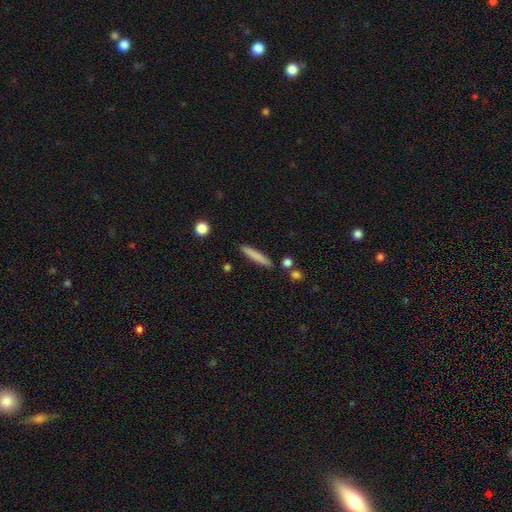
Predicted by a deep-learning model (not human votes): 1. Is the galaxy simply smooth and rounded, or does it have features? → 76% smooth, 17% featured or disk, 6% star or artifact.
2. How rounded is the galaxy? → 93% cigar-shaped, 5% in between, 1% round.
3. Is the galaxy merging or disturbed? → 87% none, 8% minor disturbance, 4% merger, 2% major disturbance.